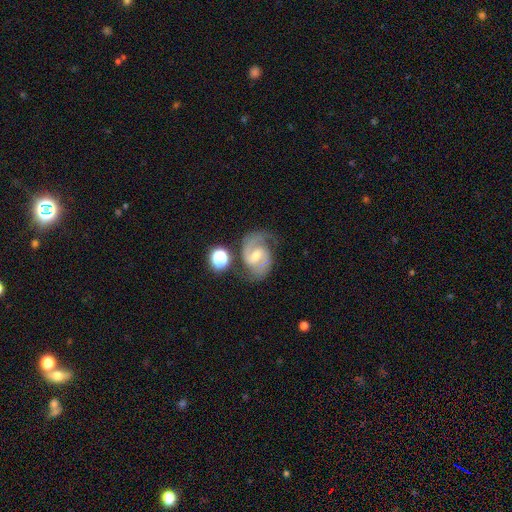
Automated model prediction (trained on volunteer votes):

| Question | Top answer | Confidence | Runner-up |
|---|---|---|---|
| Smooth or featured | featured or disk | 88% | star or artifact (6%) |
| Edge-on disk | no | 98% | yes (2%) |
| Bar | weak | 56% | no (25%) |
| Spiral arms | yes | 98% | no (2%) |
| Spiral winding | medium | 59% | tight (28%) |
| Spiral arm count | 2 | 89% | can't tell (4%) |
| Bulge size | moderate | 55% | small (39%) |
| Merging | none | 69% | minor disturbance (17%) |